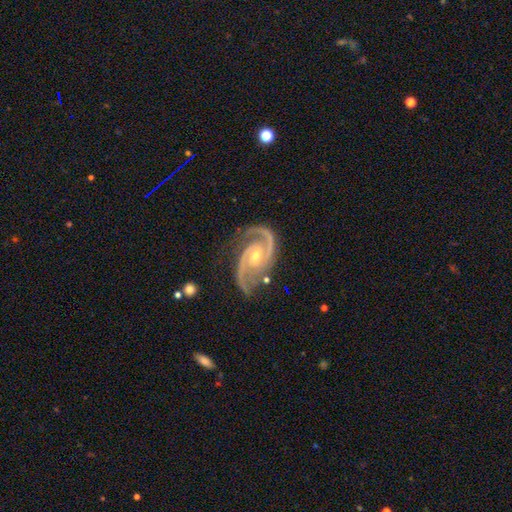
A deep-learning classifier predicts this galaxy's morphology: A featured or disk galaxy (94%) with no bar (53%), 2 (90%) medium (58%) spiral arms (99%) and a small central bulge (51%).

Vote fractions:
- Smooth or featured? featured or disk: 94% / star or artifact: 4% / smooth: 2%
- Edge-on disk? no: 98% / yes: 2%
- Bar? no: 53% / weak: 34% / strong: 13%
- Spiral arms? yes: 99% / no: 1%
- Spiral winding? medium: 58% / tight: 31% / loose: 11%
- Spiral arm count? 2: 90% / 3: 5% / can't tell: 2% / 1: 1% / 4: 1% / more than 4: 1%
- Bulge size? small: 51% / moderate: 46% / large: 1% / none: 1% / dominant: 1%
- Merging? none: 74% / minor disturbance: 17% / major disturbance: 6% / merger: 2%